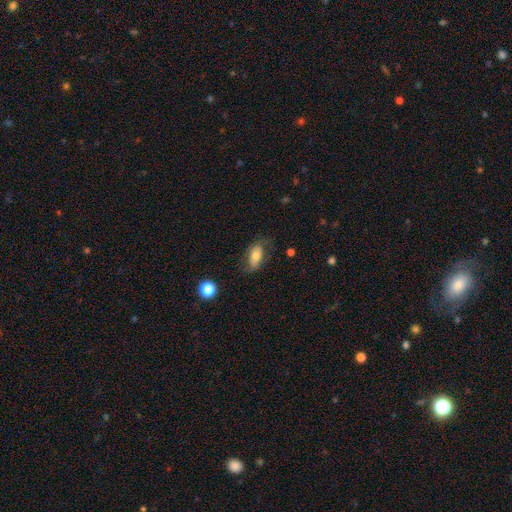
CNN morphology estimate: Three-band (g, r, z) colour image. It shows a smooth galaxy with no disk features (59%) that is in between round and cigar-shaped (86%). Merging: none (63%).